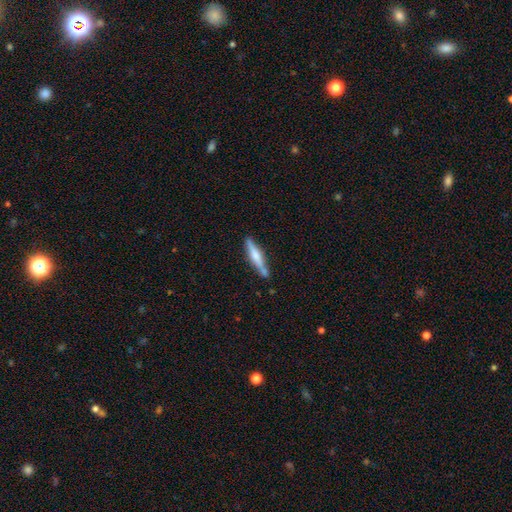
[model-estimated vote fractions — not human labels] This is possibly a featured or disk galaxy (47%, tied with smooth). Merging: likely none (75%).